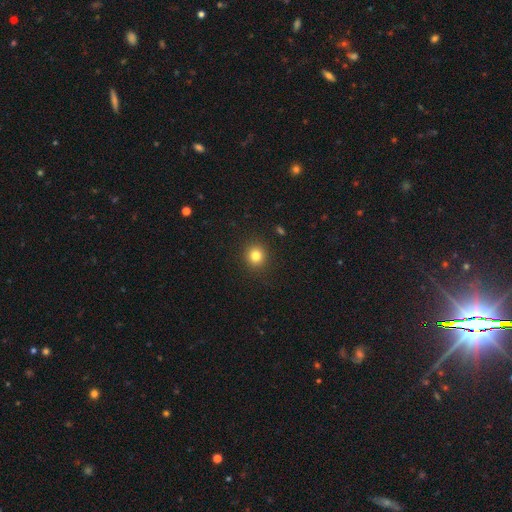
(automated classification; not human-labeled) Smooth or featured? Predicted: smooth (p=0.82). How rounded? Predicted: round (p=0.90). Merging? Predicted: none (p=0.91).